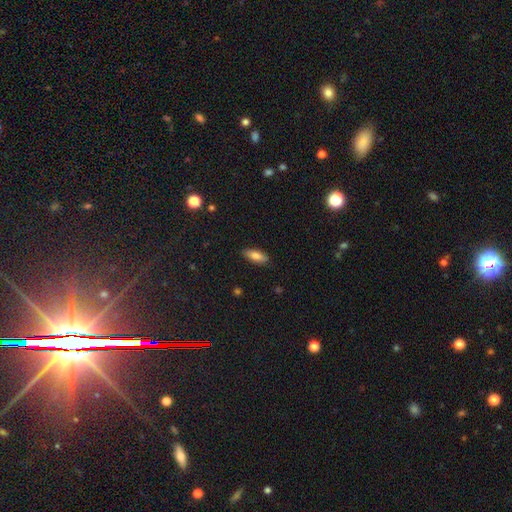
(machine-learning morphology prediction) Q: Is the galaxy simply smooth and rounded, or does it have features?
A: smooth — 79%.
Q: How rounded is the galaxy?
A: in between — 71%.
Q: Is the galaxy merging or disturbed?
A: none — 87%.